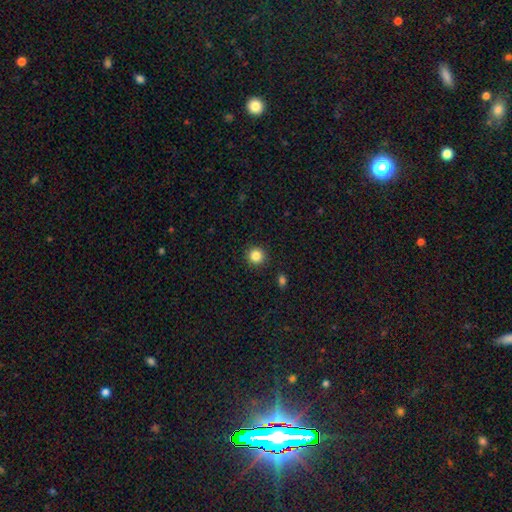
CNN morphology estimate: This appears to be a smooth galaxy with no disk features (85%) that is round (94%). Merging: none (91%).